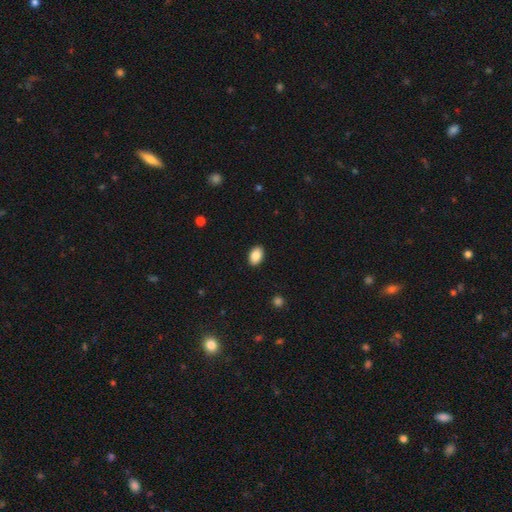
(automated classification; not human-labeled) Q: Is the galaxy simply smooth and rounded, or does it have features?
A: smooth — 87%.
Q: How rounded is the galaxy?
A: in between — 88%.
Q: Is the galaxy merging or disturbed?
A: none — 90%.